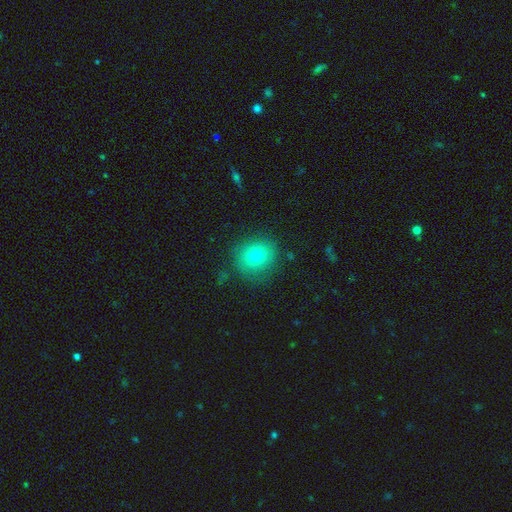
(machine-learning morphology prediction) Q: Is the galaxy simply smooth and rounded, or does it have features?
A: smooth — 76%.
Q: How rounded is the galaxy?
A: round — 78%.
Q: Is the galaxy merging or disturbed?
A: none — 82%.